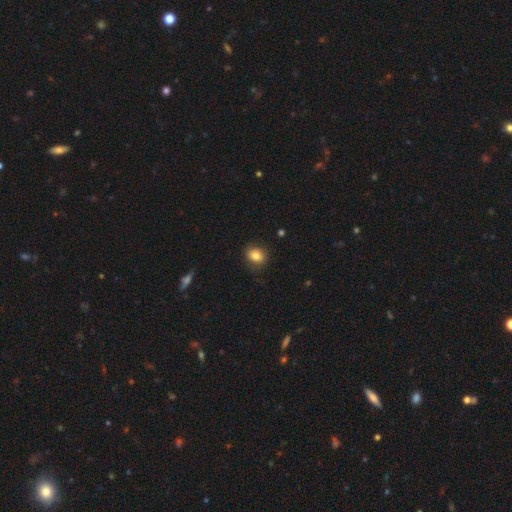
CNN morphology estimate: Q: Smooth or featured?
A: smooth (83%); runner-up: star or artifact (9%)
Q: How rounded?
A: in between (50%); runner-up: round (49%)
Q: Merging?
A: none (81%); runner-up: minor disturbance (14%)